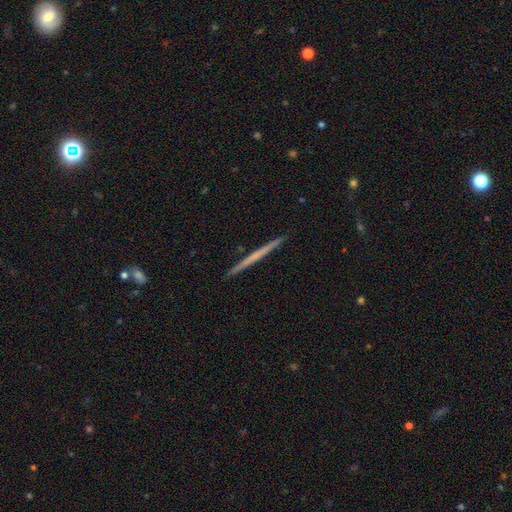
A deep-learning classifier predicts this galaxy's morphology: type=featured or disk (56%); edge-on=yes (98%); edge-on bulge=none (91%); merging=none (93%).